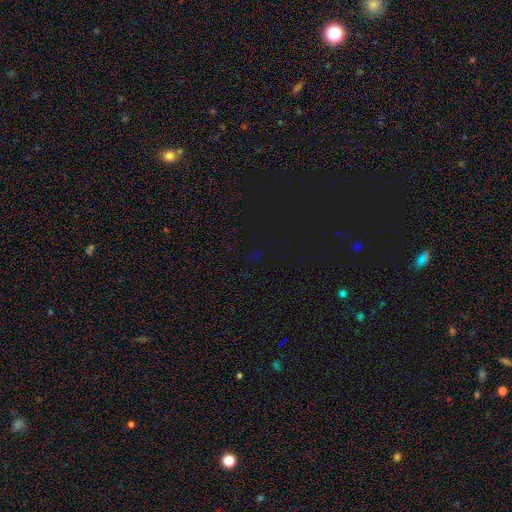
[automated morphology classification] Smooth or featured? star or artifact (77%)